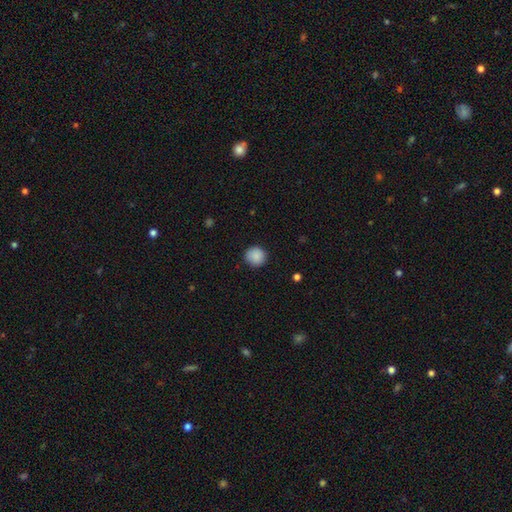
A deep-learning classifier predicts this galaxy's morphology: Smooth or featured? Predicted: smooth (p=0.89). How rounded? Predicted: round (p=0.93). Merging? Predicted: none (p=0.88).